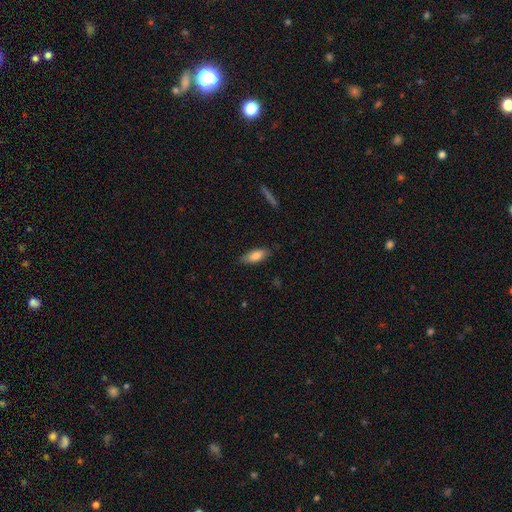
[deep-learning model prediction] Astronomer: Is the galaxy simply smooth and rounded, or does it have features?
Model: smooth — 82%.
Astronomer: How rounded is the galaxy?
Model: in between — 70%.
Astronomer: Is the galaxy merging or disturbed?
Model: none — 81%.